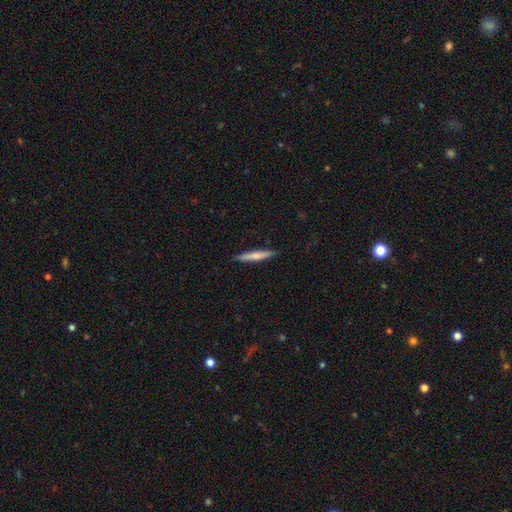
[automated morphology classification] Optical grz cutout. It shows a smooth galaxy with no disk features (66%) that is cigar-shaped (93%). Merging: none (90%).